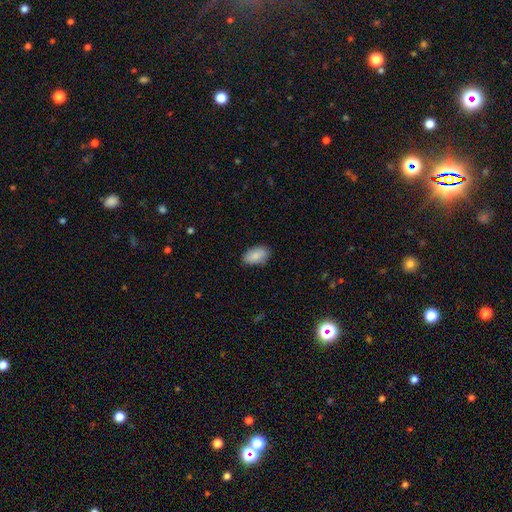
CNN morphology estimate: Smooth or featured?
  - smooth: 86% *
  - featured or disk: 7%
  - star or artifact: 7%
How rounded?
  - in between: 94% *
  - round: 4%
  - cigar-shaped: 2%
Merging?
  - none: 84% *
  - minor disturbance: 12%
  - major disturbance: 2%
  - merger: 1%